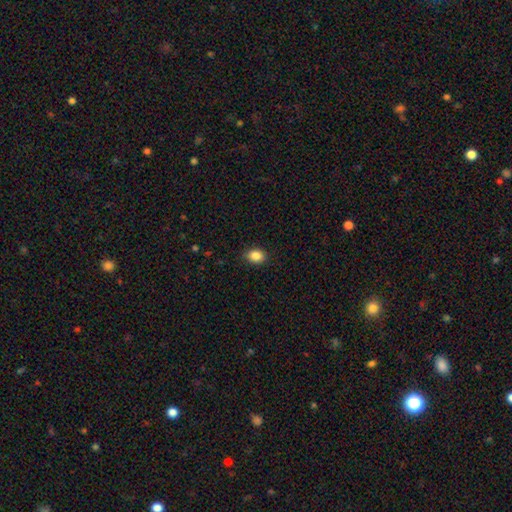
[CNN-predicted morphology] smooth-or-featured: smooth: 87% | star or artifact: 9% | featured or disk: 4%
  how-rounded: in between: 67% | round: 32% | cigar-shaped: 1%
  merging: none: 88% | minor disturbance: 9% | major disturbance: 2% | merger: 1%